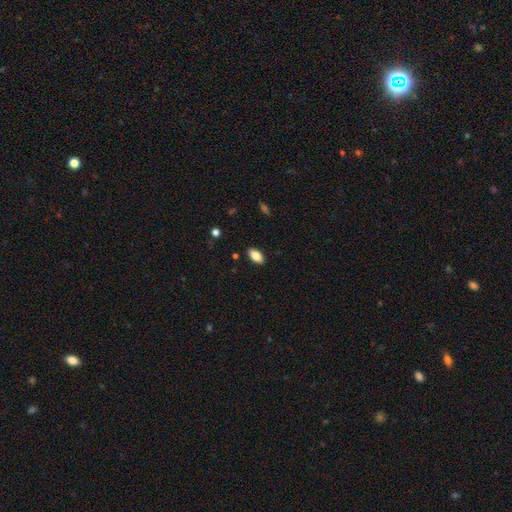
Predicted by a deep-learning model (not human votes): Smooth or featured? smooth (85%)
How rounded? in between (91%)
Merging? none (89%)